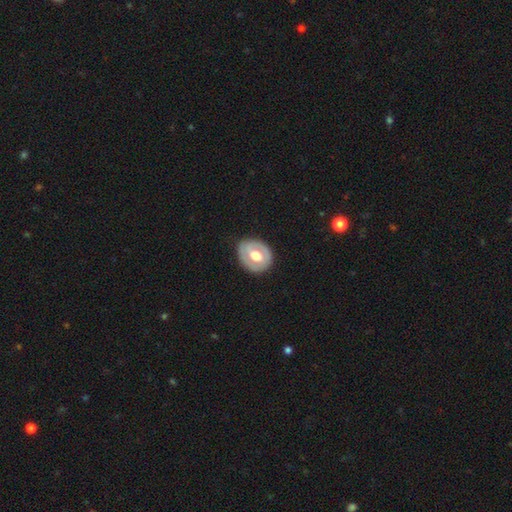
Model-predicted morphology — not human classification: Smooth or featured? featured or disk (54%)
Edge-on disk? no (94%)
Bar? no (59%)
Spiral arms? no (72%)
Bulge size? moderate (57%)
Merging? none (81%)